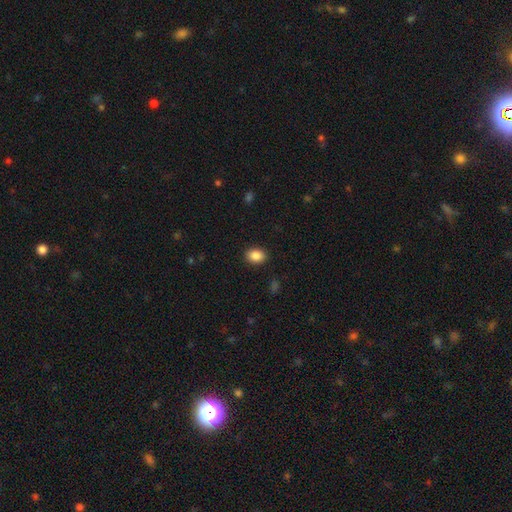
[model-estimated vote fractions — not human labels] Smooth or featured: smooth — 88% (star or artifact — 8%)
How rounded: in between — 69% (round — 30%)
Merging: none — 90% (minor disturbance — 7%)